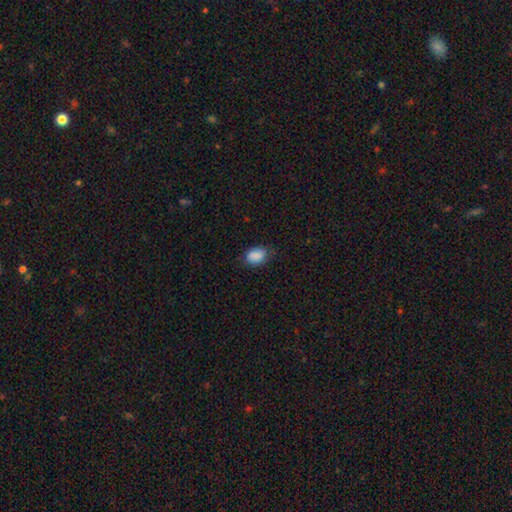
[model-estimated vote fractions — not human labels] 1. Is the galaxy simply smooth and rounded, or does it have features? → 88% smooth, 8% star or artifact, 4% featured or disk.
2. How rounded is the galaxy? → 82% in between, 16% round, 1% cigar-shaped.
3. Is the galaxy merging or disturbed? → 73% none, 22% minor disturbance, 4% major disturbance, 1% merger.